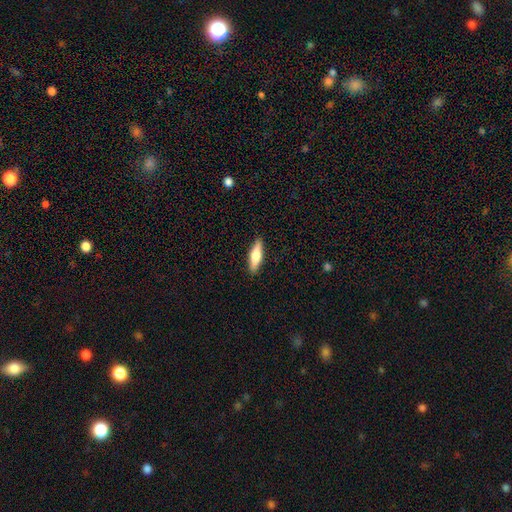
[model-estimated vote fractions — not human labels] Smooth or featured? Predicted: smooth (p=0.57). How rounded? Predicted: cigar-shaped (p=0.60). Merging? Predicted: none (p=0.89).